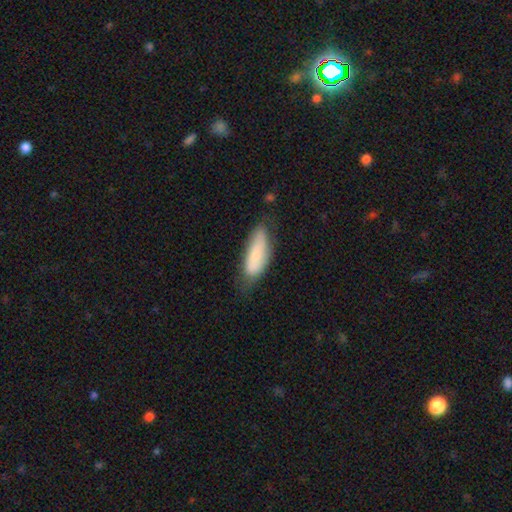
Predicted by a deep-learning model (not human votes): Smooth or featured? Predicted: smooth (p=0.66). How rounded? Predicted: in between (p=0.66). Merging? Predicted: none (p=0.59).